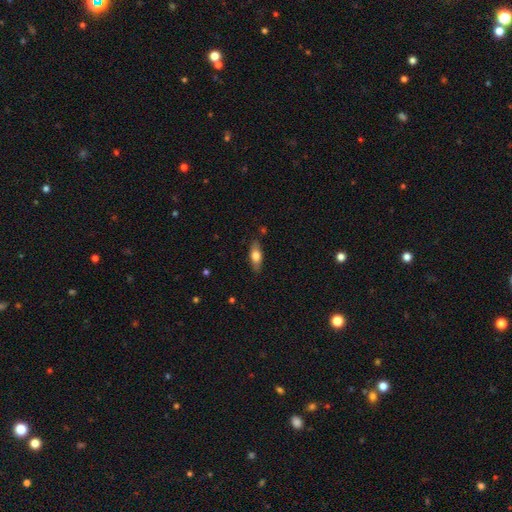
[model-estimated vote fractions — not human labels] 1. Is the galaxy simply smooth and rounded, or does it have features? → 65% smooth, 29% featured or disk, 7% star or artifact.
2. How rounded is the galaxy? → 70% in between, 26% cigar-shaped, 3% round.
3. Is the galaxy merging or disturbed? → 81% none, 14% minor disturbance, 3% major disturbance, 2% merger.